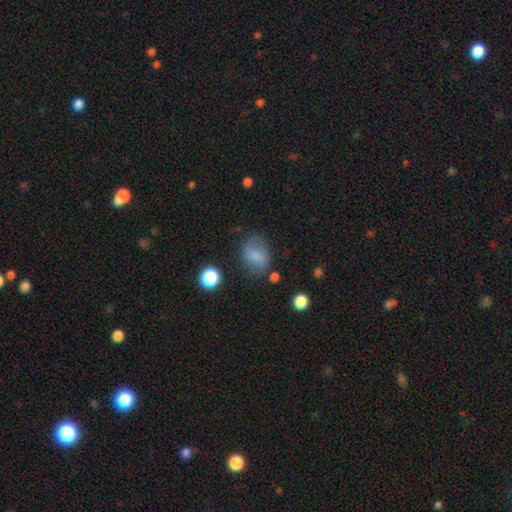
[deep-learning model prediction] Smooth or featured? smooth (67%)
How rounded? in between (65%)
Merging? none (61%)